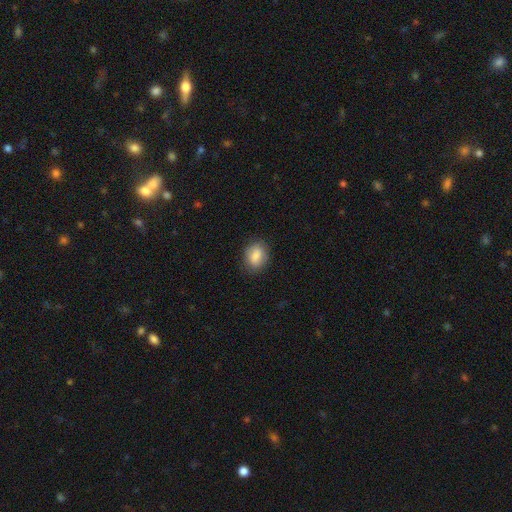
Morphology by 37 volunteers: smooth_or_featured: smooth (p=0.86) [alt: featured or disk p=0.08]
how_rounded: in between (p=0.75) [alt: round p=0.25]
merging: none (p=0.71) [alt: minor disturbance p=0.23]